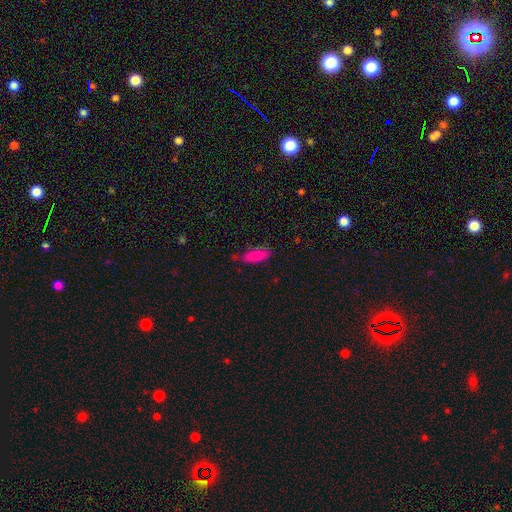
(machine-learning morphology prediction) This is clearly a smooth galaxy (82%). How rounded: likely in between (73%). Merging: likely none (64%).